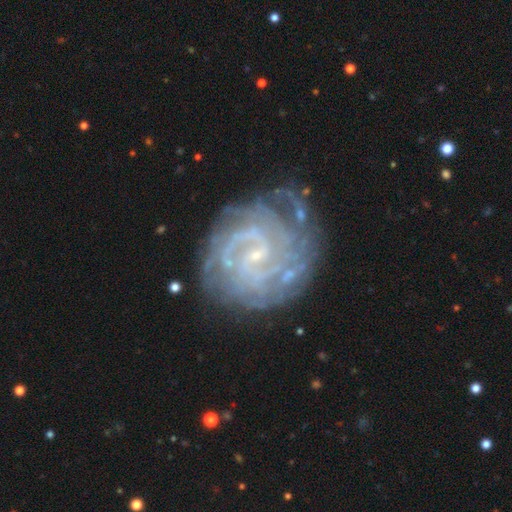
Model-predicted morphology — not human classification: Smooth or featured?
  - featured or disk: 88% *
  - star or artifact: 7%
  - smooth: 5%
Edge-on disk?
  - no: 98% *
  - yes: 2%
Bar?
  - weak: 48% *
  - no: 37%
  - strong: 15%
Spiral arms?
  - yes: 96% *
  - no: 4%
Spiral winding?
  - tight: 68% *
  - medium: 26%
  - loose: 6%
Spiral arm count?
  - can't tell: 30% *
  - 2: 24%
  - 3: 15%
  - 4: 14%
  - more than 4: 9%
  - 1: 7%
Bulge size?
  - small: 81% *
  - moderate: 9%
  - none: 8%
  - large: 1%
  - dominant: 1%
Merging?
  - none: 69% *
  - minor disturbance: 19%
  - major disturbance: 10%
  - merger: 2%